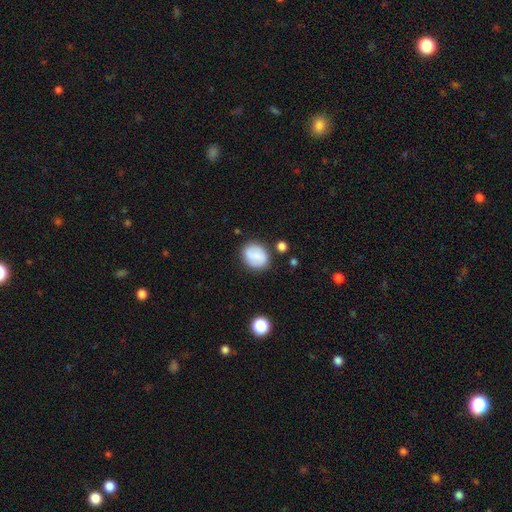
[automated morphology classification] Overall: smooth (78%). How rounded: round (58%; in between 41%). Merging: none (79%).